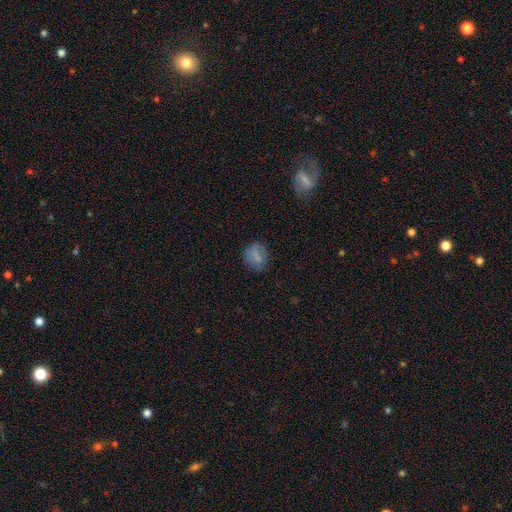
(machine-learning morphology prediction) Smooth or featured? smooth (74%)
How rounded? round (63%)
Merging? none (71%)